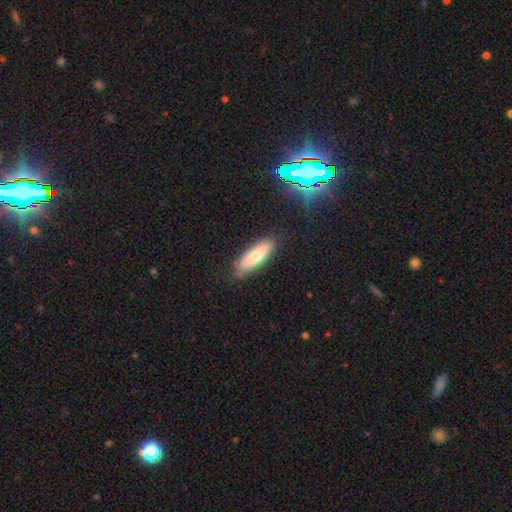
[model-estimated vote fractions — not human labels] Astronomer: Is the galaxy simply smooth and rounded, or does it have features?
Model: smooth — 71%.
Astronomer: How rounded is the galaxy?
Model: cigar-shaped — 52% (runner-up: in between, 46%).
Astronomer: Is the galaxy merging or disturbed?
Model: none — 81%.